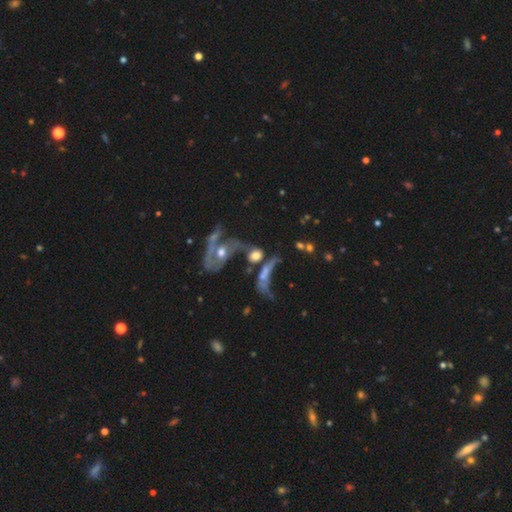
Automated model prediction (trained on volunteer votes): featured or disk 44%, smooth 41%, star or artifact 15%. Down the decision tree: merging — merger (58%).